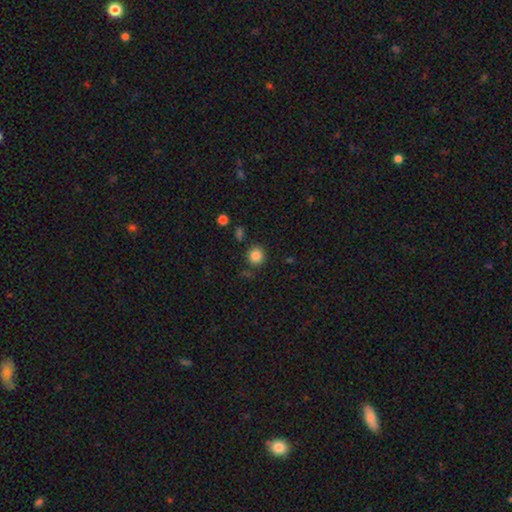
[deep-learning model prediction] Smooth or featured? smooth (85%)
How rounded? round (89%)
Merging? none (84%)